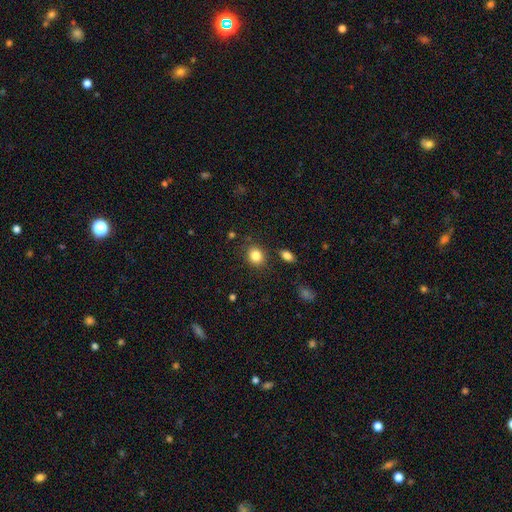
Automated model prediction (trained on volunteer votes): This is clearly a smooth galaxy (84%). How rounded: likely round (70%). Merging: clearly none (84%).